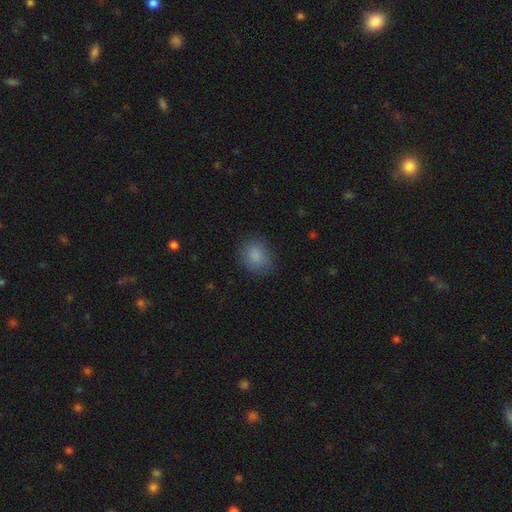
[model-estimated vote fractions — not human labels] A smooth galaxy with no disk features (86%) that is round (52%). Merging: none (79%).